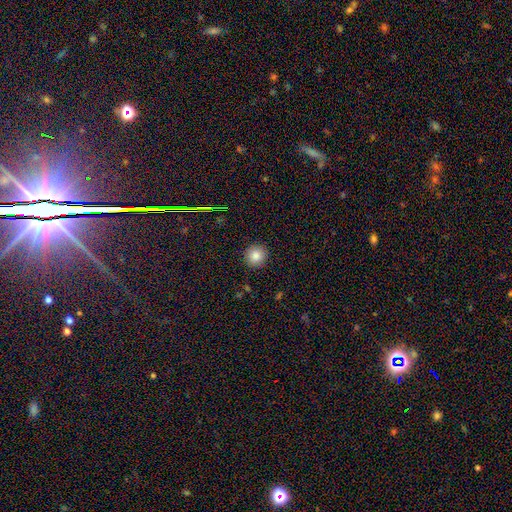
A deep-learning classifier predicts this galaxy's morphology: smooth-or-featured: smooth: 82% | star or artifact: 12% | featured or disk: 6%
  how-rounded: round: 92% | in between: 7% | cigar-shaped: 1%
  merging: none: 91% | minor disturbance: 6% | major disturbance: 2% | merger: 1%